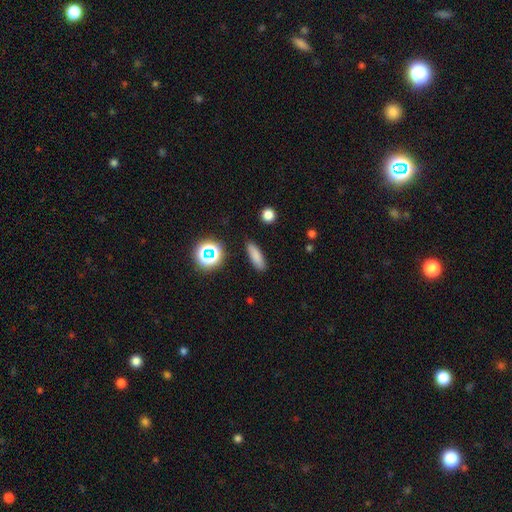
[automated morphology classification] This is likely a smooth galaxy (79%). How rounded: possibly cigar-shaped (56%). Merging: clearly none (88%).